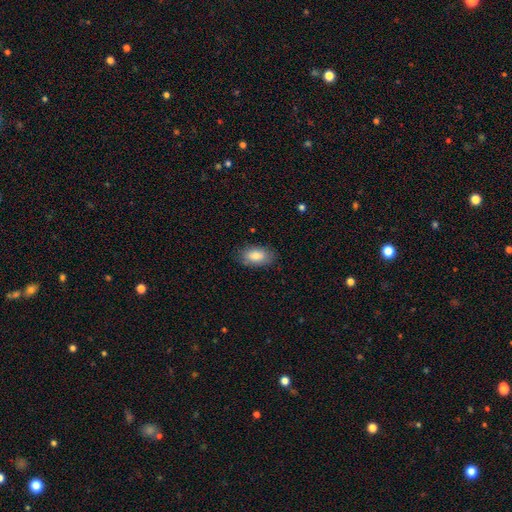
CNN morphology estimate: smooth-or-featured: smooth: 82% | featured or disk: 11% | star or artifact: 7%
  how-rounded: in between: 92% | round: 6% | cigar-shaped: 2%
  merging: none: 83% | minor disturbance: 13% | major disturbance: 3% | merger: 1%